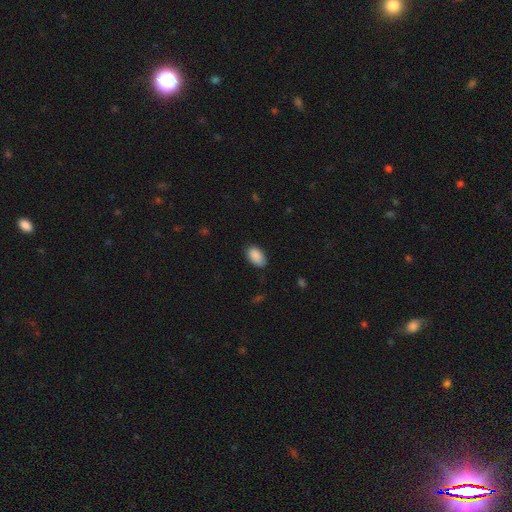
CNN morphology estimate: smooth_or_featured: smooth (p=0.90) [alt: star or artifact p=0.07]
how_rounded: in between (p=0.93) [alt: round p=0.06]
merging: none (p=0.81) [alt: minor disturbance p=0.16]